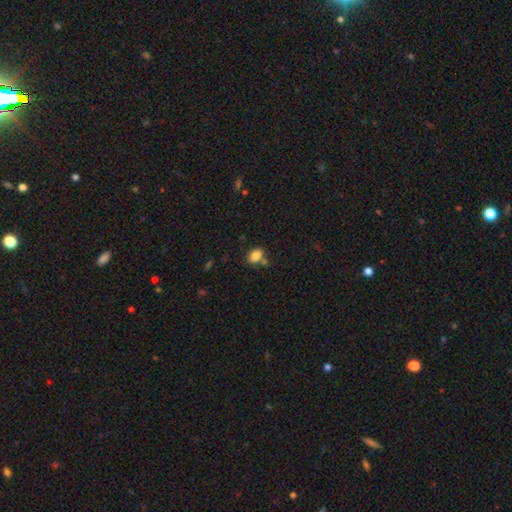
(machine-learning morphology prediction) The model was most divided on "merging": none: 63%, merger: 17%, minor disturbance: 15%, major disturbance: 5%. More confident: smooth or featured — smooth (85%); how rounded — in between (79%).